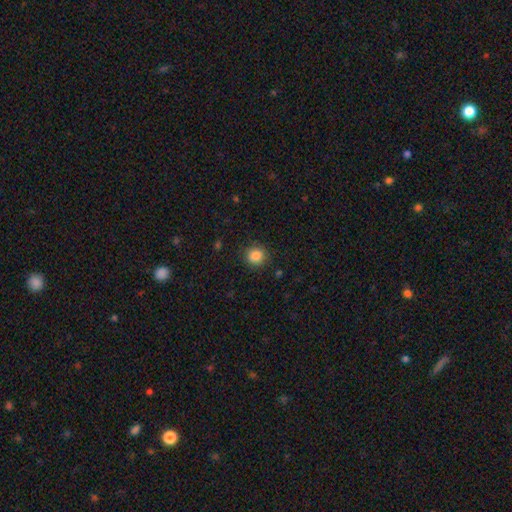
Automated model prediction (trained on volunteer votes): Smooth or featured? Predicted: smooth (p=0.86). How rounded? Predicted: round (p=0.89). Merging? Predicted: none (p=0.88).